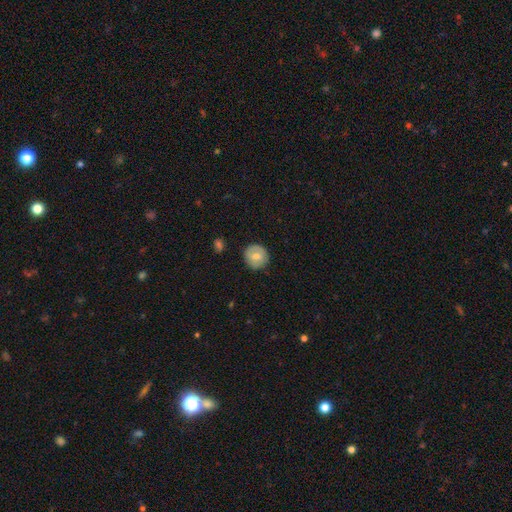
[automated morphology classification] Smooth or featured? smooth (64%)
How rounded? round (90%)
Merging? none (84%)